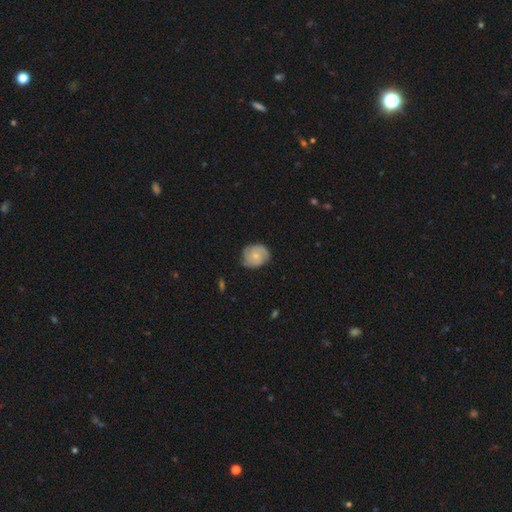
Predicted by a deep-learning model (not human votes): Smooth or featured? Predicted: featured or disk (p=0.57). Edge-on disk? Predicted: no (p=0.97). Bar? Predicted: no (p=0.75). Spiral arms? Predicted: yes (p=0.89). Bulge size? Predicted: small (p=0.55). Merging? Predicted: none (p=0.76).